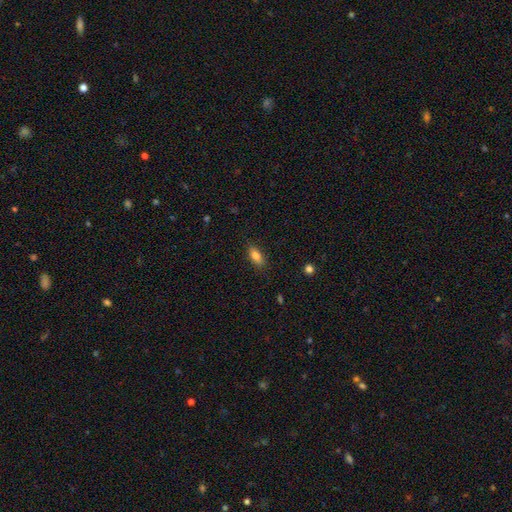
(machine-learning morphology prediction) Smooth or featured? Predicted: smooth (p=0.81). How rounded? Predicted: in between (p=0.85). Merging? Predicted: none (p=0.85).